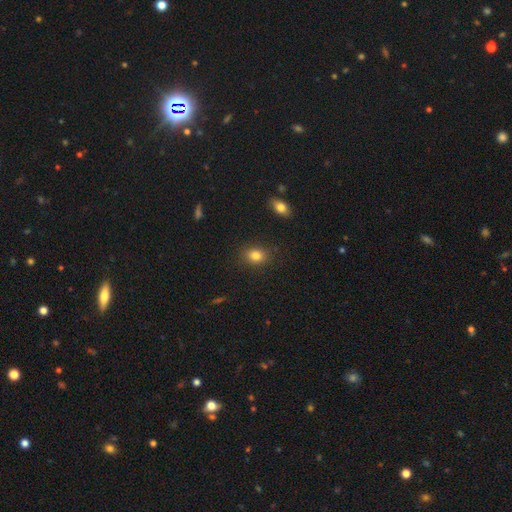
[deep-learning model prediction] A smooth galaxy with no disk features (83%) that is in between round and cigar-shaped (59%). Merging: none (86%).